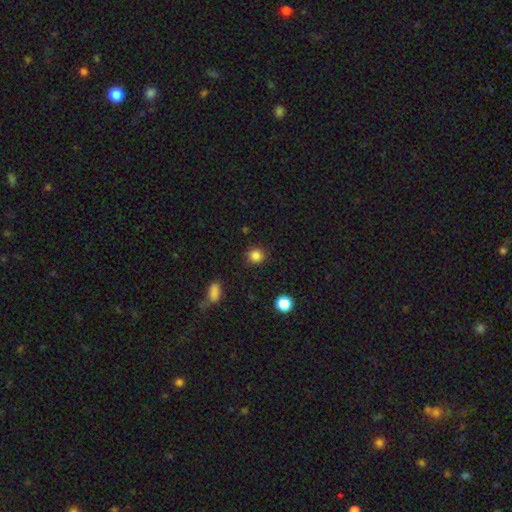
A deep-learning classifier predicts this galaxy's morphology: Smooth or featured? Predicted: smooth (p=0.85). How rounded? Predicted: round (p=0.89). Merging? Predicted: none (p=0.87).